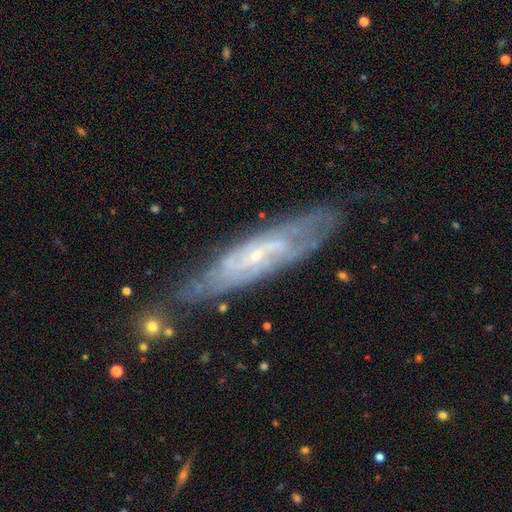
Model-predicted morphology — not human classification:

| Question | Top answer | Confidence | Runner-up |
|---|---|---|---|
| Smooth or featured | featured or disk | 78% | smooth (15%) |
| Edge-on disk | no | 69% | yes (31%) |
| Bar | no | 46% | weak (39%) |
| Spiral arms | yes | 83% | no (17%) |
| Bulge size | small | 80% | moderate (14%) |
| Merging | none | 71% | minor disturbance (20%) |